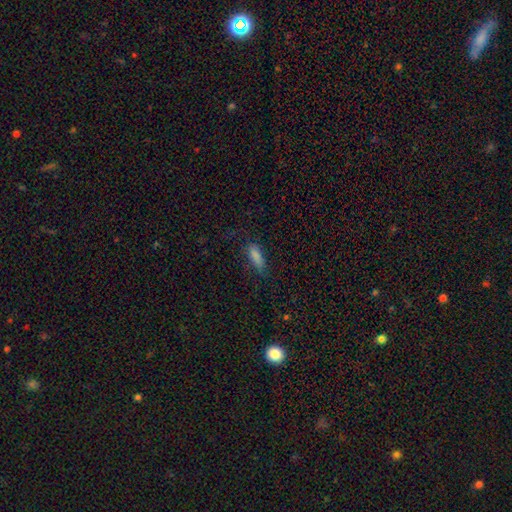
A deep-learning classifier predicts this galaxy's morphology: smooth 79%, star or artifact 12%, featured or disk 10%. Down the decision tree: how rounded — in between (54%); merging — none (69%).